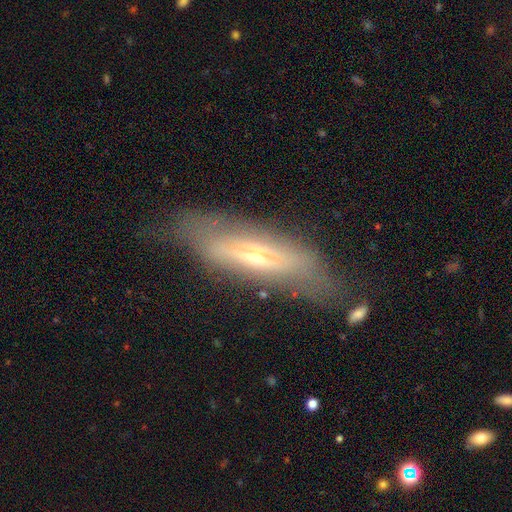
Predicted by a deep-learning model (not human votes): Morphology: type=featured or disk (59%); edge-on=no (50%, tied with yes); merging=none (65%).